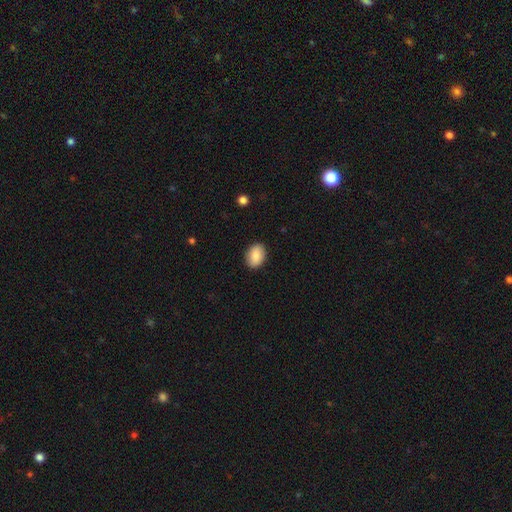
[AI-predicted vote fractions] Smooth or featured? smooth (87%)
How rounded? in between (77%)
Merging? none (89%)